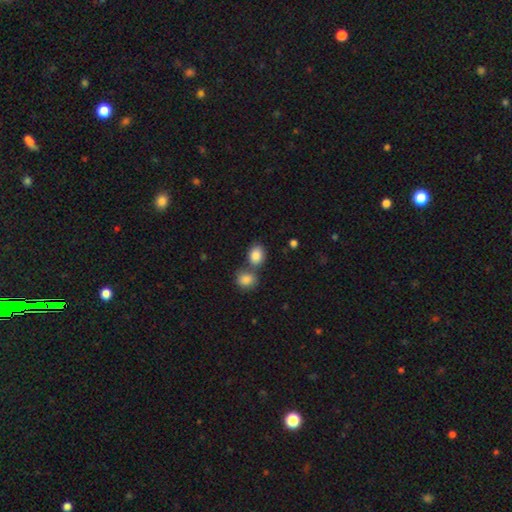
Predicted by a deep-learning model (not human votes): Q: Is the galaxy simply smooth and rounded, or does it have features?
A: smooth — 87%.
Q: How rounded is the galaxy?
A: in between — 55%.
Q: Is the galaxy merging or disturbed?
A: none — 48%.